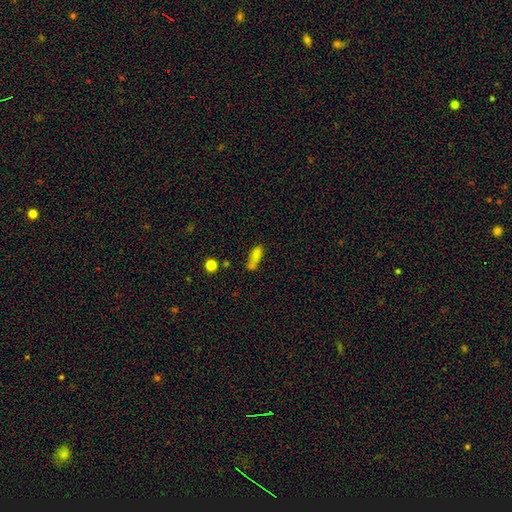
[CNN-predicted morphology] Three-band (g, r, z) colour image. It shows a smooth galaxy with no disk features (75%) that is in between round and cigar-shaped (65%). Merging: none (42%).